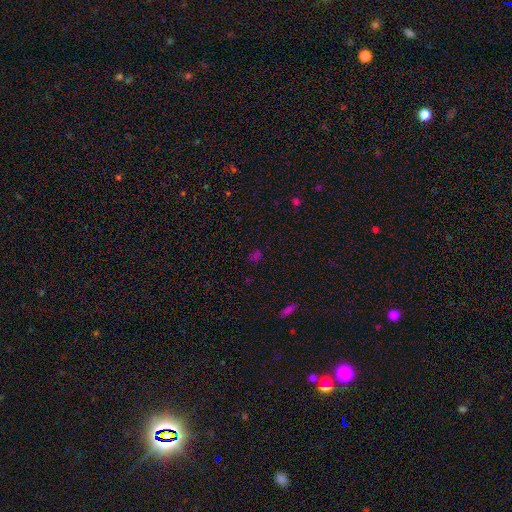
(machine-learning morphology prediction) smooth_or_featured: smooth (p=0.55) [alt: star or artifact p=0.39]
how_rounded: round (p=0.50) [alt: in between p=0.47]
merging: none (p=0.76) [alt: minor disturbance p=0.14]